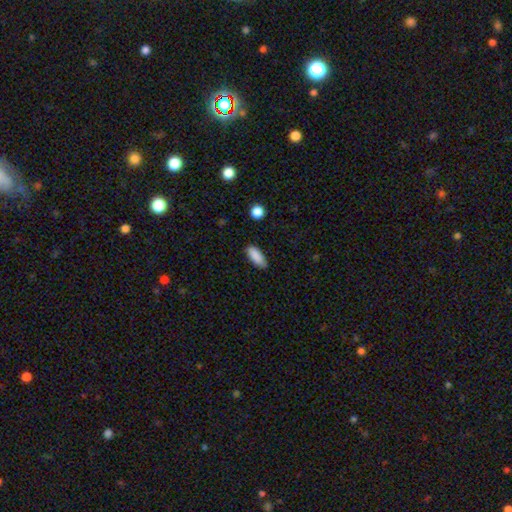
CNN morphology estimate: Overall: smooth (88%). How rounded: in between (78%). Merging: none (83%).